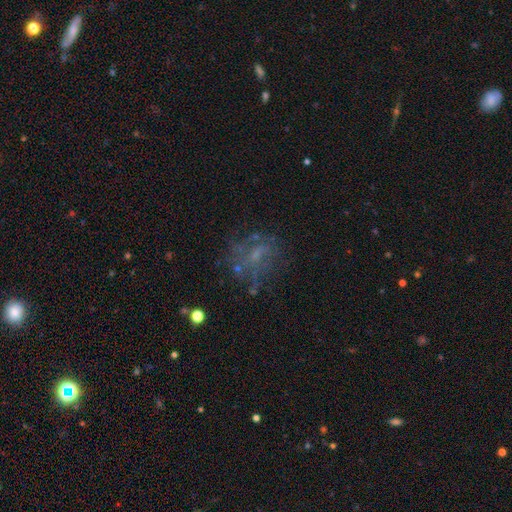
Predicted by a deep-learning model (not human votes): Q: Smooth or featured?
A: featured or disk (49%); runner-up: smooth (28%)
Q: Merging?
A: none (54%); runner-up: major disturbance (24%)